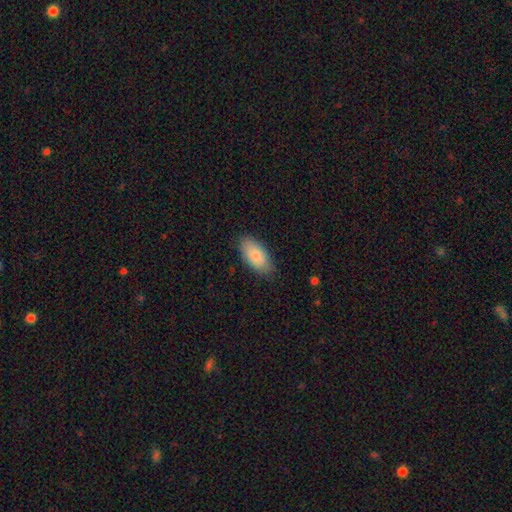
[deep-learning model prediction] Q: Smooth or featured?
A: smooth (82%); runner-up: featured or disk (12%)
Q: How rounded?
A: in between (92%); runner-up: cigar-shaped (6%)
Q: Merging?
A: none (81%); runner-up: minor disturbance (15%)